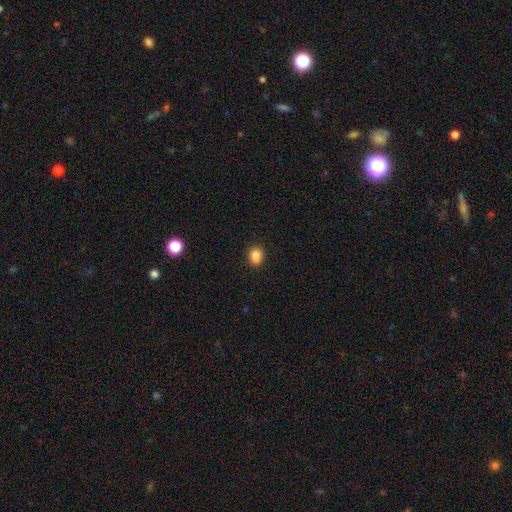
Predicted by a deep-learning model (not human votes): Smooth or featured: smooth — 84% (star or artifact — 10%)
How rounded: in between — 58% (round — 41%)
Merging: none — 74% (minor disturbance — 15%)